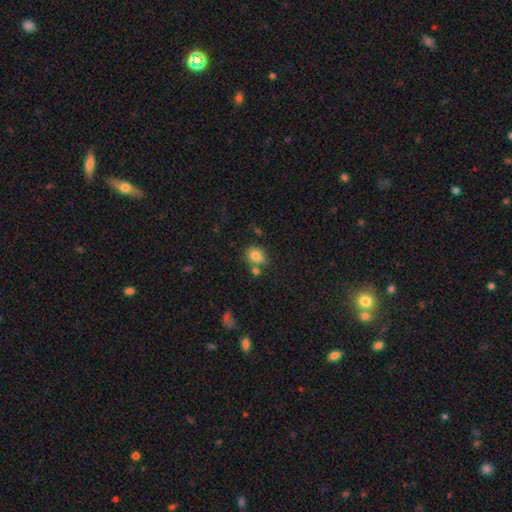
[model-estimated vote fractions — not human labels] Q: Smooth or featured?
A: smooth (82%); runner-up: star or artifact (10%)
Q: How rounded?
A: round (53%); runner-up: in between (46%)
Q: Merging?
A: none (61%); runner-up: merger (19%)